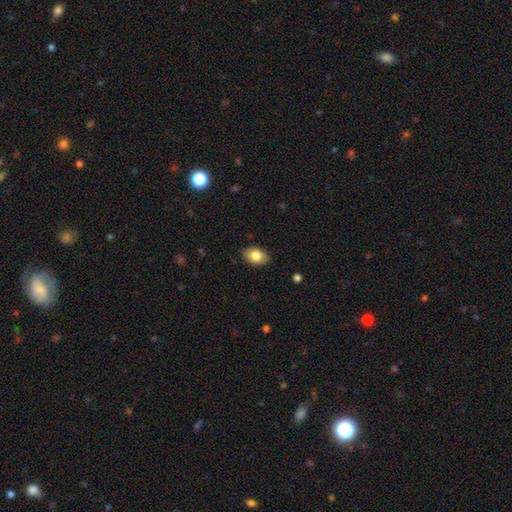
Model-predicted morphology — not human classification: type=smooth (83%); roundness=in between (84%); merging=none (86%).